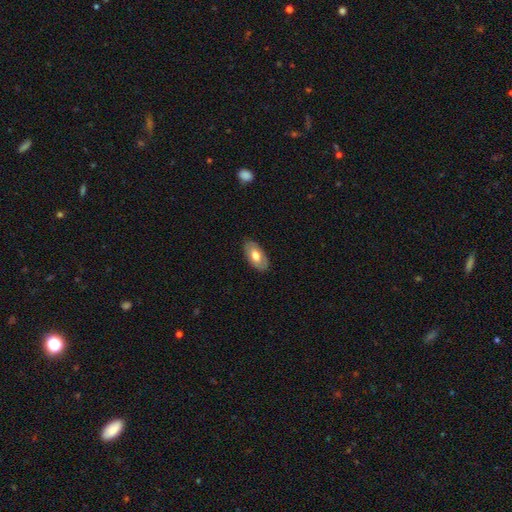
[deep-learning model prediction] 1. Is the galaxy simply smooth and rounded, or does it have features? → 63% smooth, 31% featured or disk, 6% star or artifact.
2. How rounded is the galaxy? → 94% in between, 3% round, 3% cigar-shaped.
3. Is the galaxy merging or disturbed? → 86% none, 11% minor disturbance, 2% major disturbance, 1% merger.